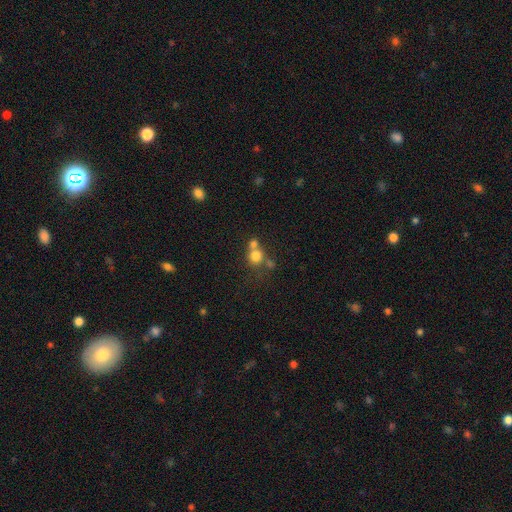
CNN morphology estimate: Smooth or featured?
  - smooth: 75% *
  - star or artifact: 13%
  - featured or disk: 12%
How rounded?
  - round: 86% *
  - in between: 13%
  - cigar-shaped: 1%
Merging?
  - merger: 47% *
  - none: 41%
  - minor disturbance: 7%
  - major disturbance: 4%